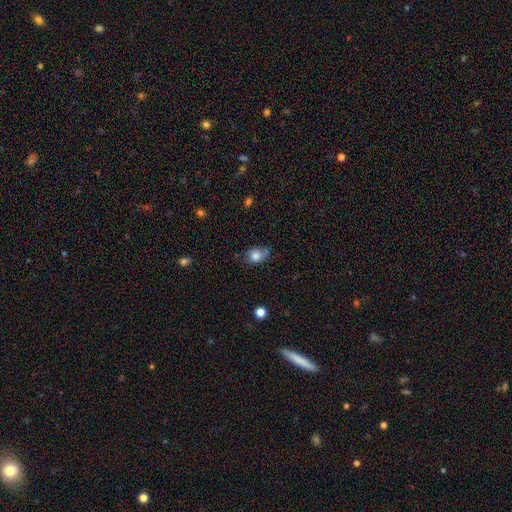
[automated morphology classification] This appears to be a smooth galaxy with no disk features (65%) that is in between round and cigar-shaped (63%). Merging: none (58%).